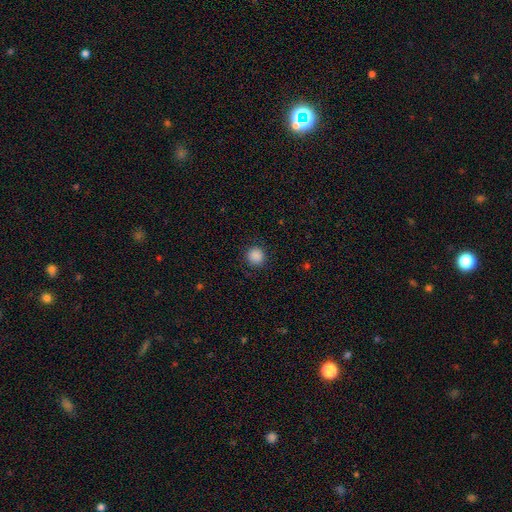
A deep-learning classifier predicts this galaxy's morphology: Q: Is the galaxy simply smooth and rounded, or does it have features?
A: smooth — 88%.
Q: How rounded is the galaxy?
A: round — 93%.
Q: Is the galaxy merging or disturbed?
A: none — 90%.